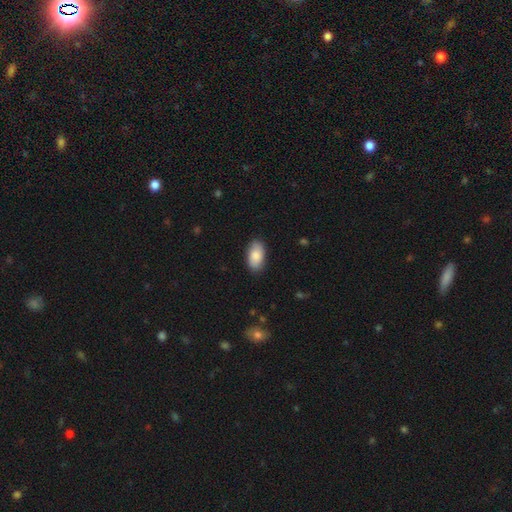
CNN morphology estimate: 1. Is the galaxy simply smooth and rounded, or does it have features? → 85% smooth, 9% featured or disk, 6% star or artifact.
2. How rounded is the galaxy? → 95% in between, 3% round, 2% cigar-shaped.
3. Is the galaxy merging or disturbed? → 86% none, 11% minor disturbance, 2% major disturbance, 1% merger.